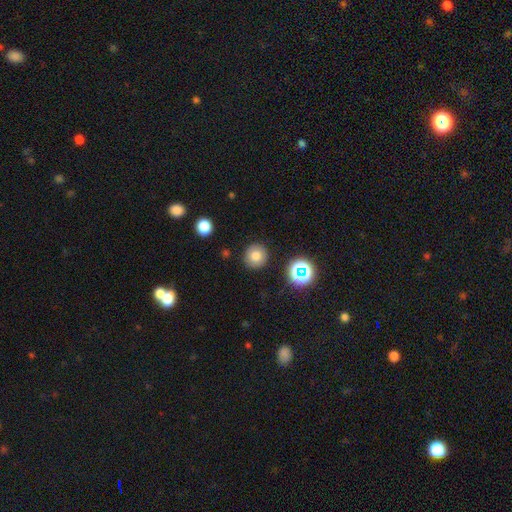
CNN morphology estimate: A smooth galaxy with no disk features (76%) that is round (93%). Merging: none (89%).